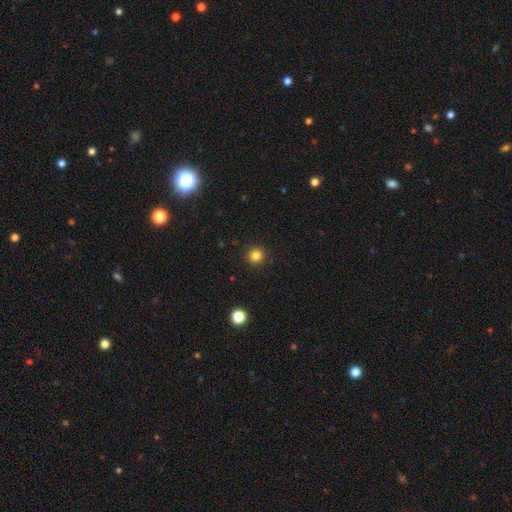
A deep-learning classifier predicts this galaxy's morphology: type=smooth (82%); roundness=round (96%); merging=none (93%).